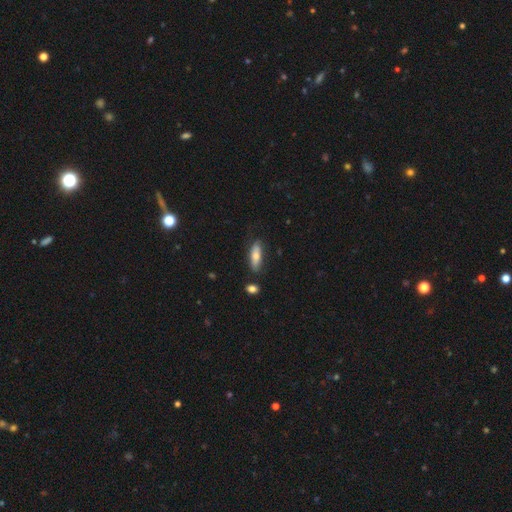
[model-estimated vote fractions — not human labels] Overall: smooth (68%). How rounded: in between (50%; cigar-shaped 48%). Merging: none (74%).